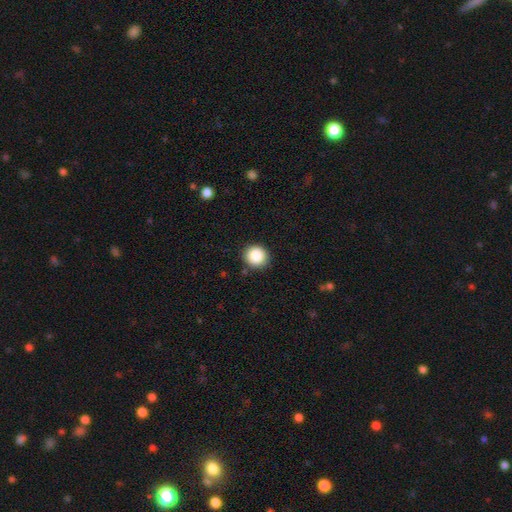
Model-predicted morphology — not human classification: This is clearly a smooth galaxy (87%). How rounded: clearly round (91%). Merging: clearly none (89%).